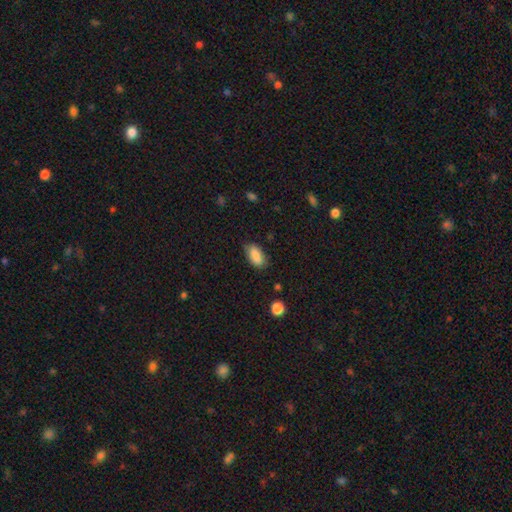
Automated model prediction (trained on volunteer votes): A smooth galaxy with no disk features (87%) that is in between round and cigar-shaped (90%). Merging: none (78%).